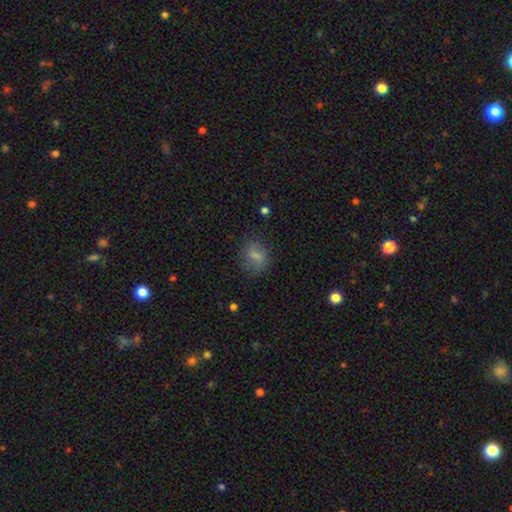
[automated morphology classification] smooth 71%, featured or disk 18%, star or artifact 11%. Down the decision tree: how rounded — round (52%); merging — none (69%).